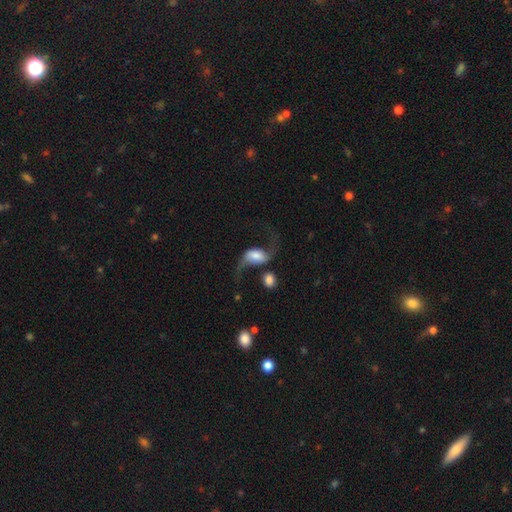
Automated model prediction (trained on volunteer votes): smooth-or-featured: featured or disk: 72% | smooth: 20% | star or artifact: 7%
  disk-edge-on: no: 94% | yes: 6%
    bar: no: 45% | weak: 36% | strong: 19%
    has-spiral-arms: yes: 93% | no: 7%
      spiral-winding: loose: 93% | medium: 5% | tight: 2%
      spiral-arm-count: 2: 93% | 1: 3% | can't tell: 2% | 3: 1% | 4: 1% | more than 4: 1%
    bulge-size: moderate: 33% | large: 26% | small: 20% | dominant: 12% | none: 8%
  merging: none: 50% | major disturbance: 21% | minor disturbance: 16% | merger: 14%